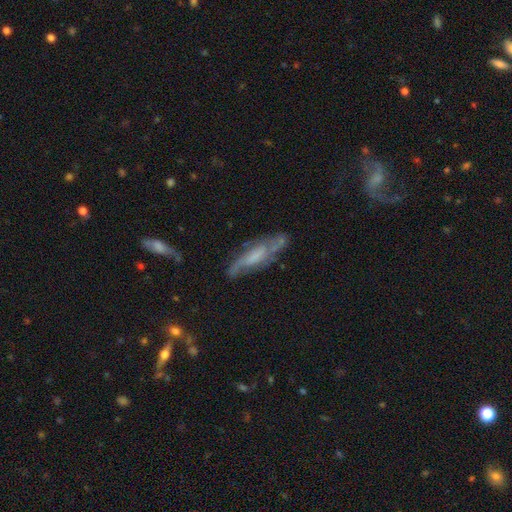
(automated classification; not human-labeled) A featured or disk galaxy (66%).

Vote fractions:
- Smooth or featured? featured or disk: 66% / smooth: 26% / star or artifact: 8%
- Edge-on disk? no: 64% / yes: 36%
- Merging? none: 65% / minor disturbance: 22% / major disturbance: 9% / merger: 3%